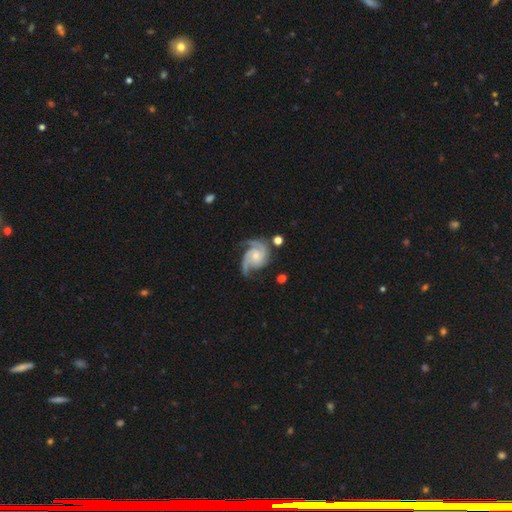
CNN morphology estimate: Smooth or featured? Predicted: featured or disk (p=0.91). Edge-on disk? Predicted: no (p=0.98). Bar? Predicted: no (p=0.69). Spiral arms? Predicted: yes (p=0.98). Spiral winding? Predicted: medium (p=0.48). Spiral arm count? Predicted: 2 (p=0.49). Bulge size? Predicted: small (p=0.52). Merging? Predicted: none (p=0.65).